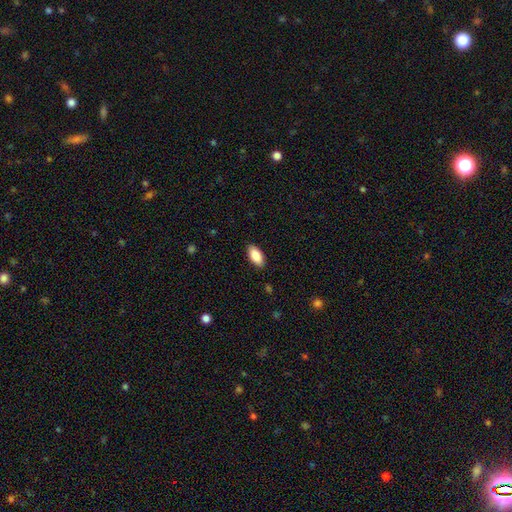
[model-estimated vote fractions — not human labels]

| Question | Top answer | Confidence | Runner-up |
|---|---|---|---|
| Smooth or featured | smooth | 87% | featured or disk (7%) |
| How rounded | in between | 92% | cigar-shaped (6%) |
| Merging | none | 88% | minor disturbance (9%) |